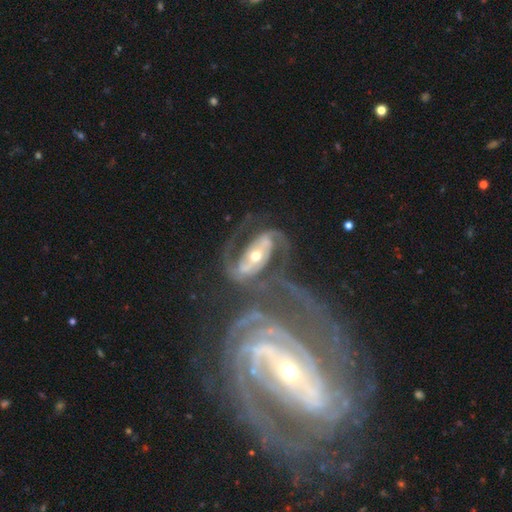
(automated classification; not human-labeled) Overall: featured or disk (88%). Edge-on disk: no (96%). Bar: strong (48%; weak 27%). Spiral arms: yes (96%). Spiral arm count: 2 (85%). Spiral winding: medium (48%; tight 35%). Bulge size: moderate (60%; small 33%). Merging: none (38%; merger 28%).